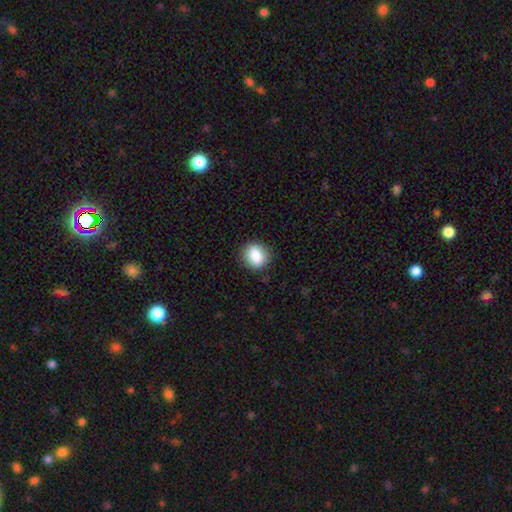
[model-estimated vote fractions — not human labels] Q: Smooth or featured?
A: smooth (85%); runner-up: star or artifact (9%)
Q: How rounded?
A: round (65%); runner-up: in between (34%)
Q: Merging?
A: none (85%); runner-up: minor disturbance (11%)